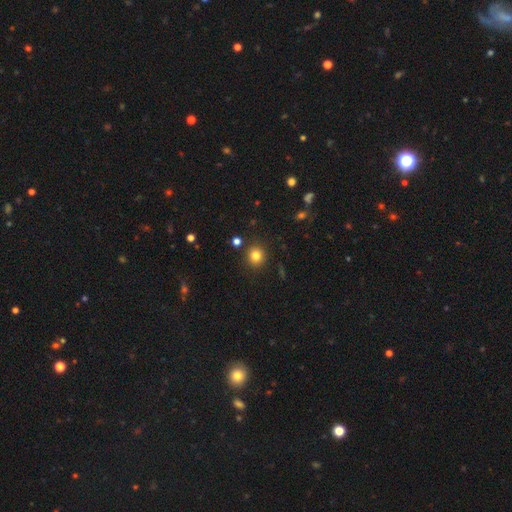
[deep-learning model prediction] Smooth or featured?
  - smooth: 81% *
  - star or artifact: 13%
  - featured or disk: 6%
How rounded?
  - round: 90% *
  - in between: 9%
  - cigar-shaped: 1%
Merging?
  - none: 89% *
  - minor disturbance: 6%
  - merger: 2%
  - major disturbance: 2%